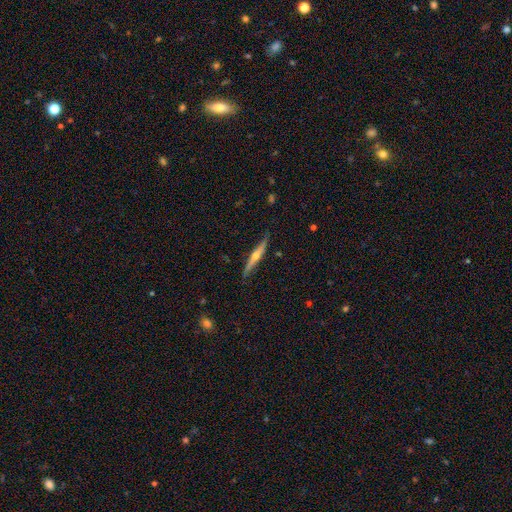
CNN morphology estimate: smooth_or_featured: featured or disk (p=0.69) [alt: smooth p=0.25]
disk_edge_on: yes (p=0.95) [alt: no p=0.05]
edge_on_bulge: rounded (p=0.89) [alt: none p=0.08]
merging: none (p=0.80) [alt: minor disturbance p=0.16]